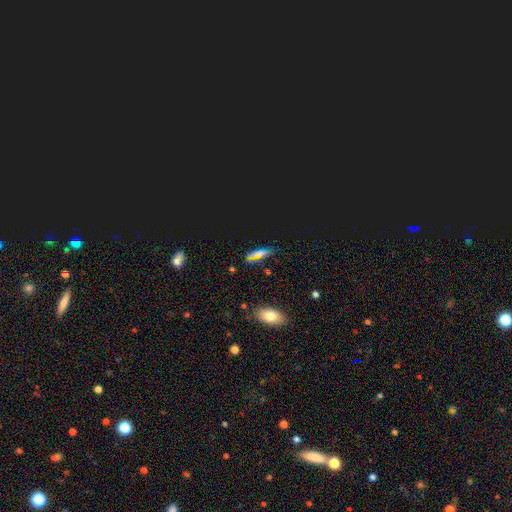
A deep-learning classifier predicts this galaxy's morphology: Overall: star or artifact (43%; smooth 38%).